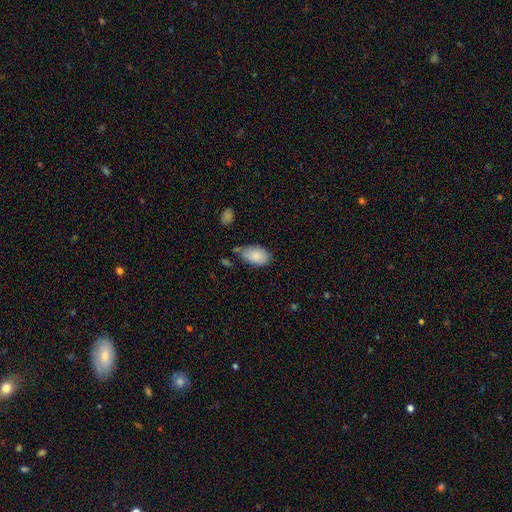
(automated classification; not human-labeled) The model was most divided on "merging": none: 64%, minor disturbance: 24%, merger: 7%, major disturbance: 5%. More confident: how rounded — in between (92%); smooth or featured — smooth (86%).